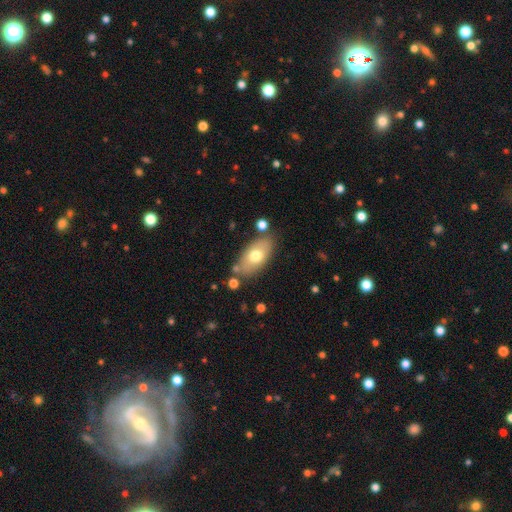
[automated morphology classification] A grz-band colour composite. It shows a smooth galaxy with no disk features (67%) that is in between round and cigar-shaped (90%). Merging: none (75%).